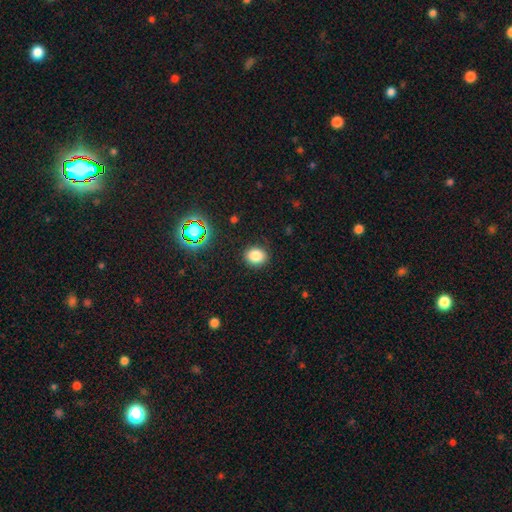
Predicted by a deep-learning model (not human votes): This is clearly a smooth galaxy (81%). How rounded: likely round (68%). Merging: clearly none (88%).